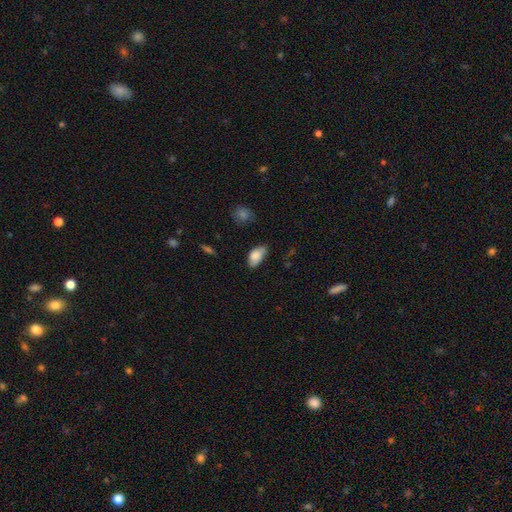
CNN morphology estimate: Q: Smooth or featured?
A: smooth (78%); runner-up: featured or disk (14%)
Q: How rounded?
A: in between (92%); runner-up: cigar-shaped (4%)
Q: Merging?
A: none (59%); runner-up: minor disturbance (32%)